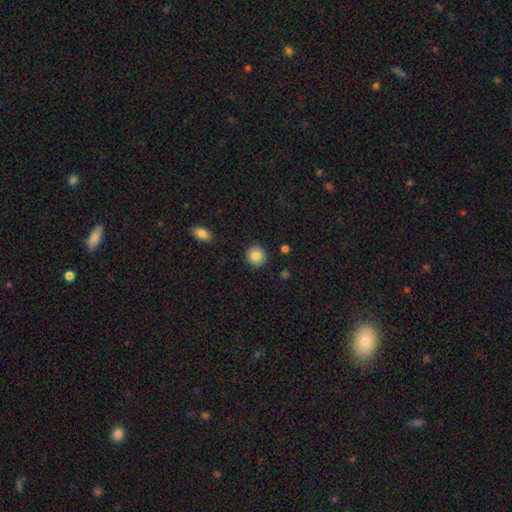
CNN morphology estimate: Overall: smooth (86%). How rounded: round (91%). Merging: none (90%).